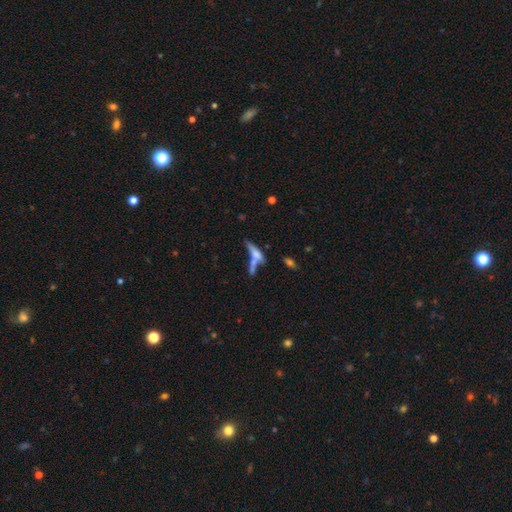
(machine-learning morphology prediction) Smooth or featured?
  - smooth: 49% *
  - featured or disk: 39%
  - star or artifact: 12%
Merging?
  - merger: 44% *
  - none: 32%
  - minor disturbance: 12%
  - major disturbance: 11%